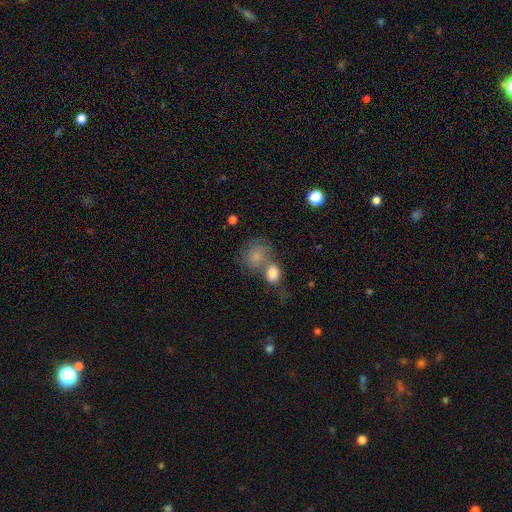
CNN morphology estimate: type=smooth (75%); roundness=round (62%); merging=merger (43%).